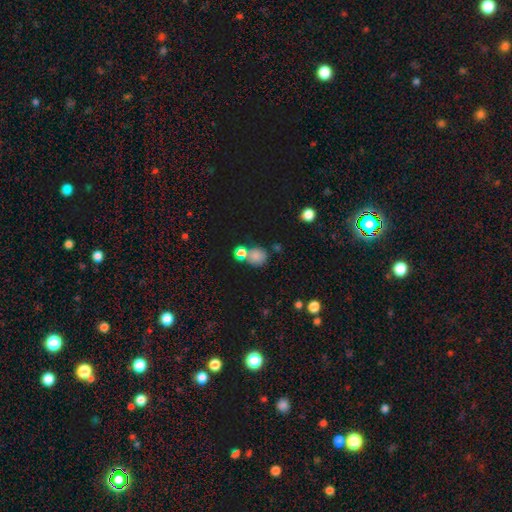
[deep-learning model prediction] The model was most divided on "merging": none: 65%, merger: 17%, minor disturbance: 13%, major disturbance: 5%. More confident: how rounded — round (80%); smooth or featured — smooth (74%).